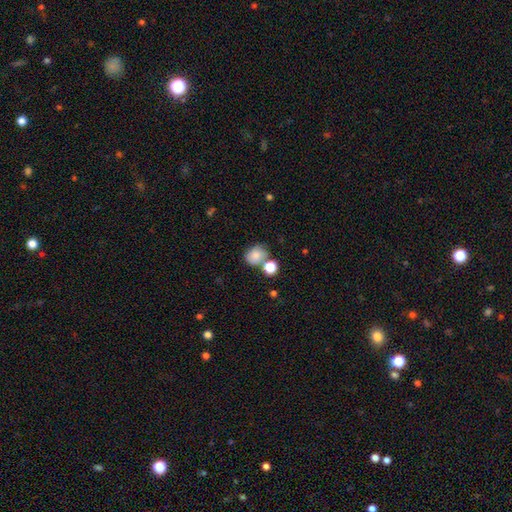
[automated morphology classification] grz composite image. It shows a smooth galaxy with no disk features (79%) that is round (64%). Merging: none (51%).